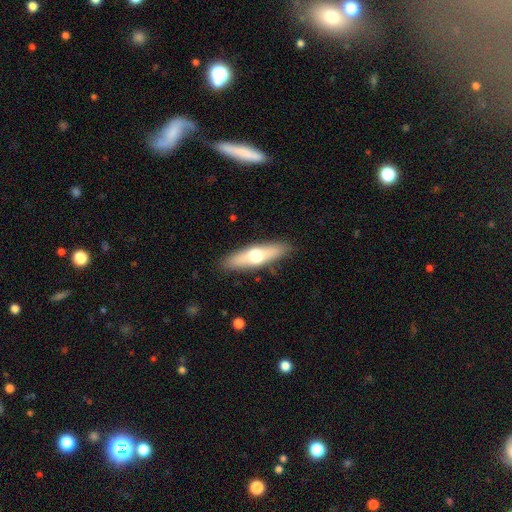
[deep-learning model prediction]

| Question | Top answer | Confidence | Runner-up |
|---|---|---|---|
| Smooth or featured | smooth | 53% | featured or disk (41%) |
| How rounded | cigar-shaped | 61% | in between (37%) |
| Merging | none | 88% | minor disturbance (9%) |